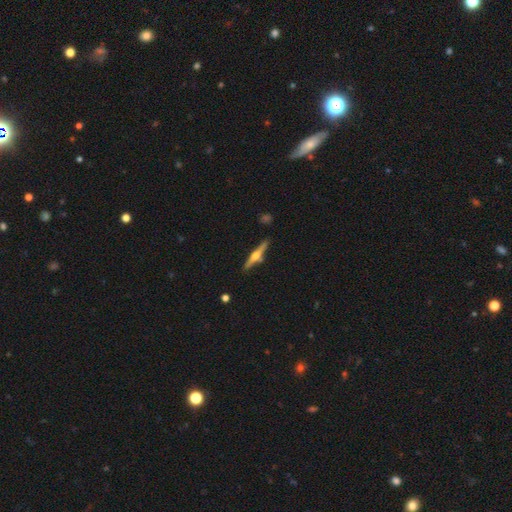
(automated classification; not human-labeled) Q: Smooth or featured?
A: featured or disk (74%); runner-up: smooth (21%)
Q: Edge-on disk?
A: yes (98%); runner-up: no (2%)
Q: Edge-on bulge?
A: rounded (94%); runner-up: boxy (3%)
Q: Merging?
A: none (86%); runner-up: minor disturbance (9%)